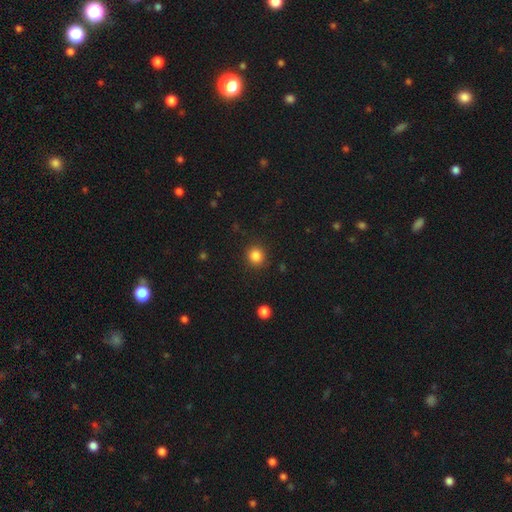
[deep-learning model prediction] smooth 85%, star or artifact 11%, featured or disk 4%. Down the decision tree: how rounded — round (89%); merging — none (90%).